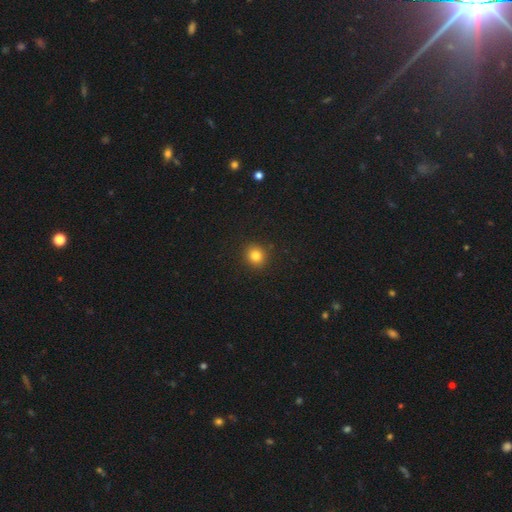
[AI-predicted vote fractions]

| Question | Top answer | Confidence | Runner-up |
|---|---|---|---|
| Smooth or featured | smooth | 82% | star or artifact (13%) |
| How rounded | round | 87% | in between (12%) |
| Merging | none | 91% | minor disturbance (6%) |